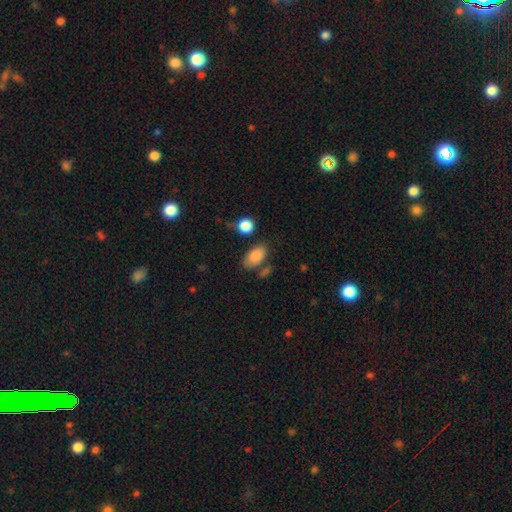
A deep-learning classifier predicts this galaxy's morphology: A smooth galaxy with no disk features (84%) that is in between round and cigar-shaped (92%). Merging: none (66%).